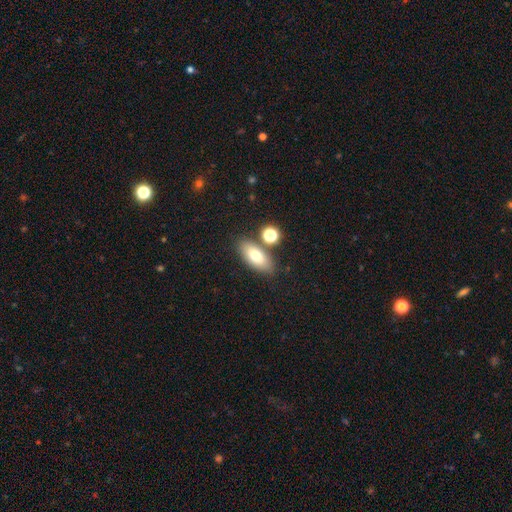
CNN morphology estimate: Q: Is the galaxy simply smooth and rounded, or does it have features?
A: smooth — 75%.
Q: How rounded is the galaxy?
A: in between — 83%.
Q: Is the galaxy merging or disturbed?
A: none — 77%.